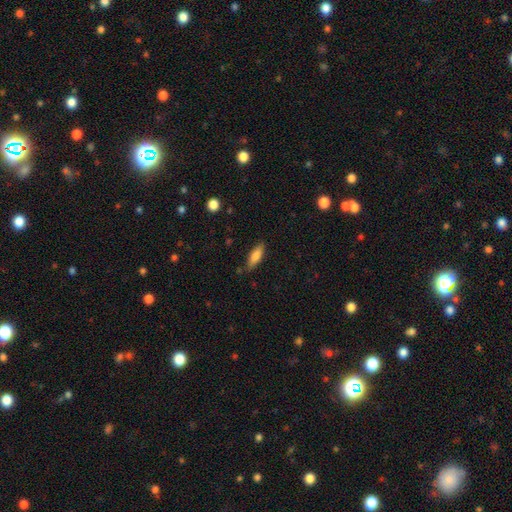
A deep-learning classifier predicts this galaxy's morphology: smooth-or-featured: smooth: 79% | featured or disk: 15% | star or artifact: 7%
  how-rounded: in between: 57% | cigar-shaped: 41% | round: 2%
  merging: none: 80% | minor disturbance: 15% | major disturbance: 3% | merger: 2%